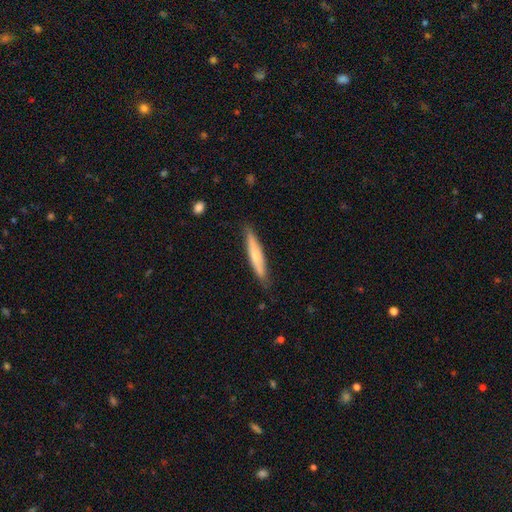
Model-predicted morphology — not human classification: Smooth or featured: smooth — 54% (featured or disk — 40%)
How rounded: cigar-shaped — 90% (in between — 9%)
Merging: none — 83% (minor disturbance — 14%)